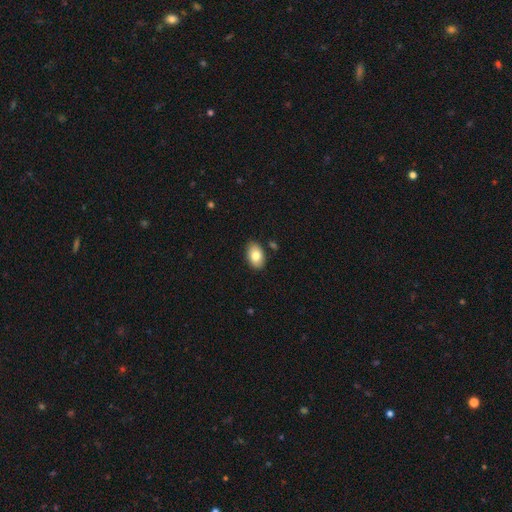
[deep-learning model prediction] Overall: smooth (81%). How rounded: in between (90%). Merging: none (86%).